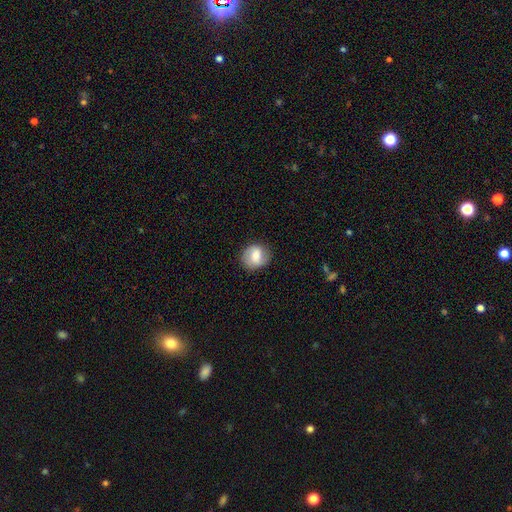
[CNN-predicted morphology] A smooth galaxy with no disk features (60%) that is round (75%).

Vote fractions:
- Smooth or featured? smooth: 60% / featured or disk: 32% / star or artifact: 8%
- How rounded? round: 75% / in between: 24% / cigar-shaped: 1%
- Merging? none: 83% / minor disturbance: 12% / major disturbance: 3% / merger: 1%